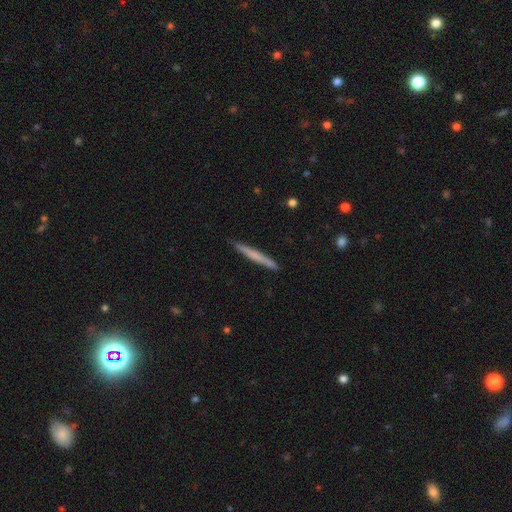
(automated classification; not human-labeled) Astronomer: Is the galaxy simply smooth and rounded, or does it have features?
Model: smooth — 57% (runner-up: featured or disk, 38%).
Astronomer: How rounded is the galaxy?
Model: cigar-shaped — 97%.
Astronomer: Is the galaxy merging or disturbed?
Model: none — 91%.